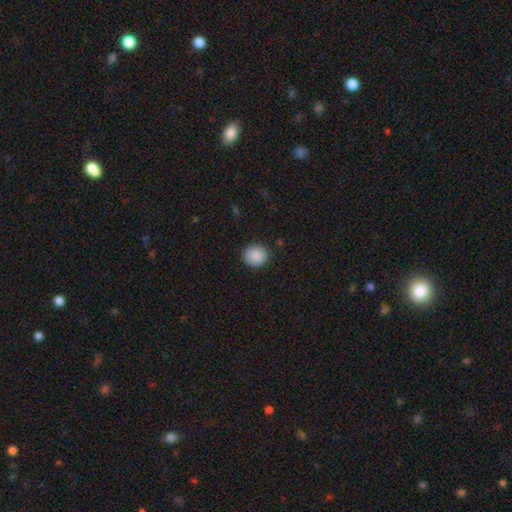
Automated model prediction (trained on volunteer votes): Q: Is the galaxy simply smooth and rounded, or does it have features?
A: smooth — 88%.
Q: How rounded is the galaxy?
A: round — 81%.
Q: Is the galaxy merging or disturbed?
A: none — 88%.